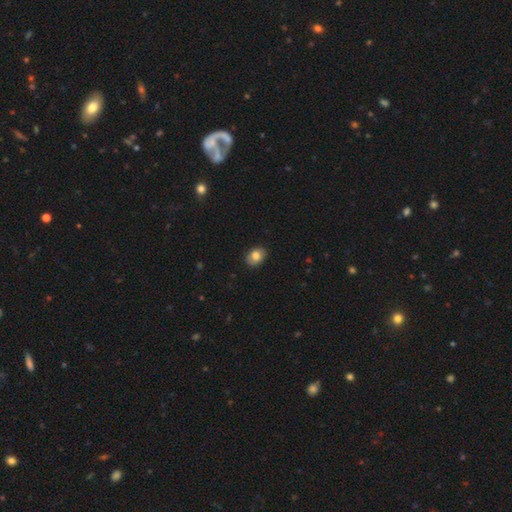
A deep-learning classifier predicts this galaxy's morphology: smooth-or-featured: smooth: 79% | featured or disk: 13% | star or artifact: 8%
  how-rounded: in between: 74% | round: 25% | cigar-shaped: 1%
  merging: none: 83% | minor disturbance: 13% | major disturbance: 3% | merger: 1%